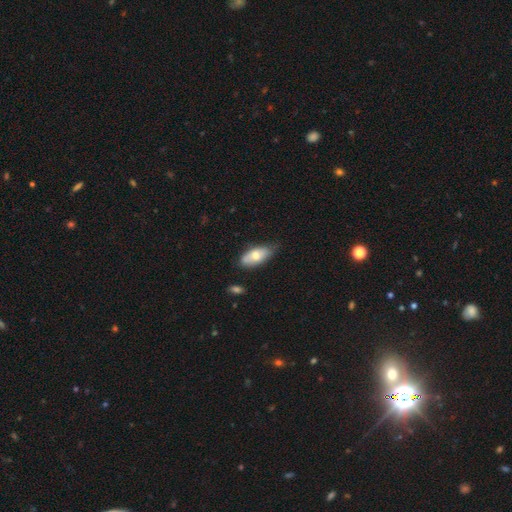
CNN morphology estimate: type=smooth (68%); roundness=in between (88%); merging=none (60%).